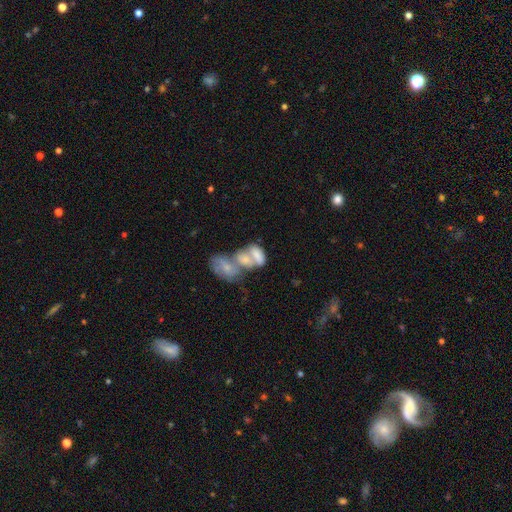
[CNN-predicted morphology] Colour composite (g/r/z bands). It shows a smooth galaxy with no disk features (60%) that is in between round and cigar-shaped (89%). Merging: merger (74%).